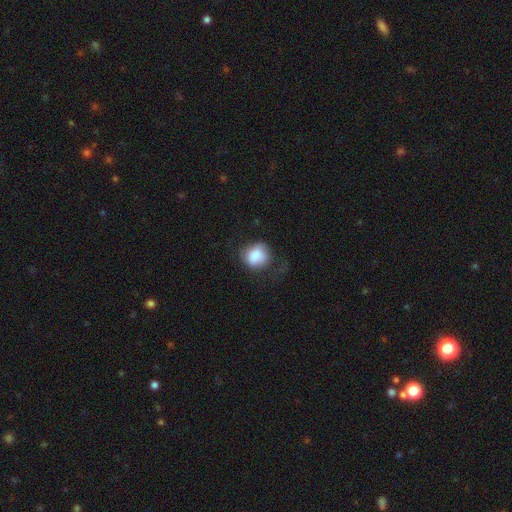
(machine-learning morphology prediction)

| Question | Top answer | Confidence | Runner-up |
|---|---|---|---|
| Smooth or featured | smooth | 82% | featured or disk (10%) |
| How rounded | round | 68% | in between (31%) |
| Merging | none | 46% | minor disturbance (29%) |